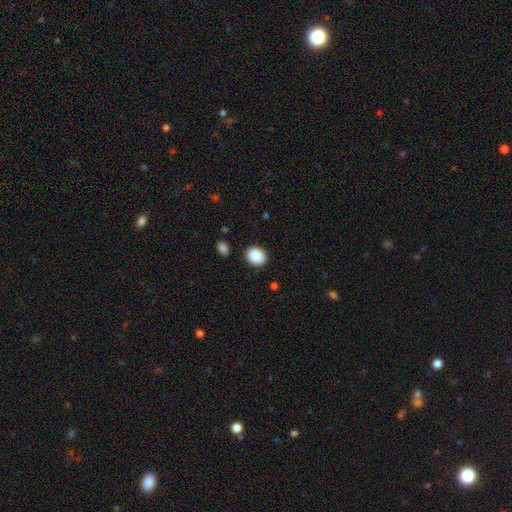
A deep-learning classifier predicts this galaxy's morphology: Overall: smooth (89%). How rounded: round (59%; in between 40%). Merging: none (87%).